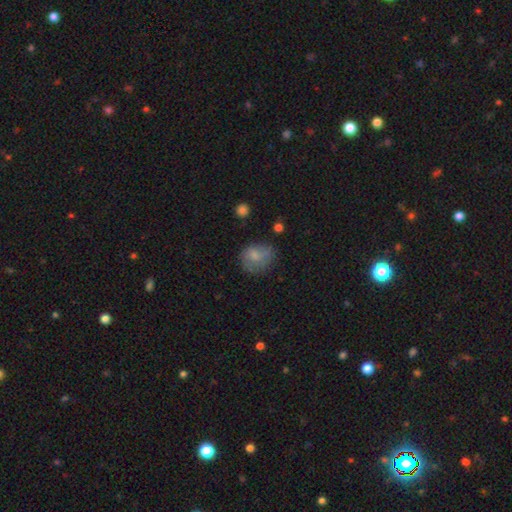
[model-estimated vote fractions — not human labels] Morphology: type=smooth (67%); roundness=round (58%); merging=none (49%).